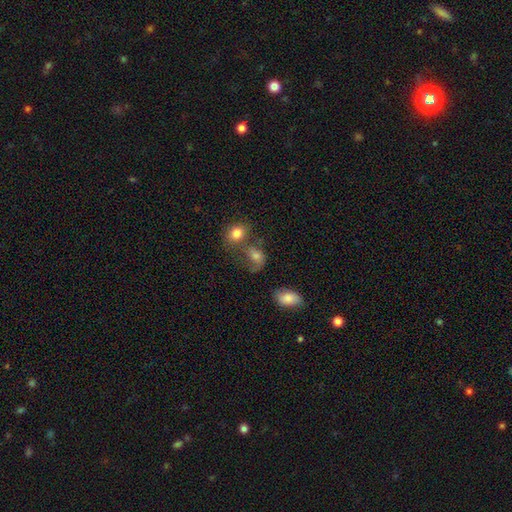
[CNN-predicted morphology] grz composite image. It shows a smooth galaxy with no disk features (65%) that is in between round and cigar-shaped (60%). Merging: none (35%).